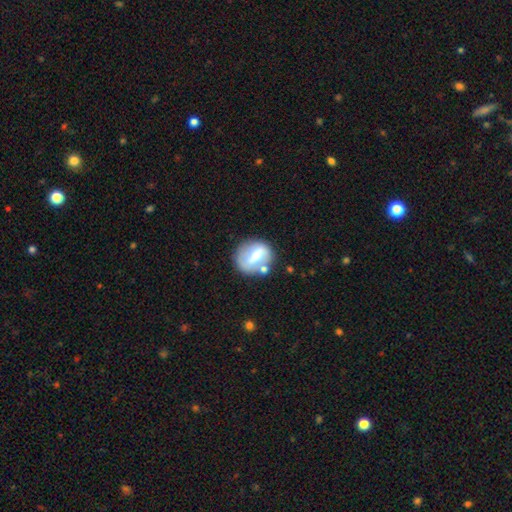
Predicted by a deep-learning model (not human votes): smooth 48%, featured or disk 44%, star or artifact 8%. Down the decision tree: merging — none (65%).